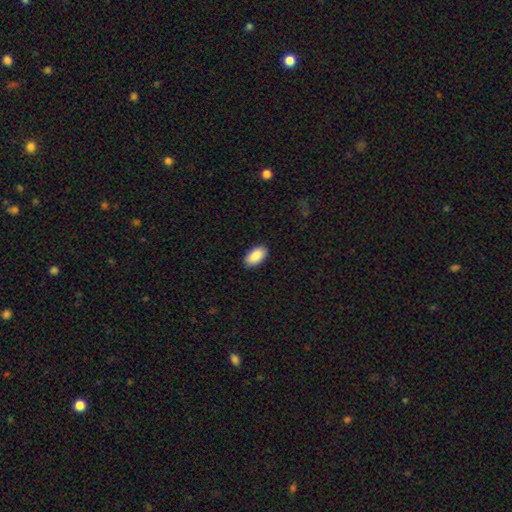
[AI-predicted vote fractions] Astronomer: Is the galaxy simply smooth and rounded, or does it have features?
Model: smooth — 91%.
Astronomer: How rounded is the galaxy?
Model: in between — 95%.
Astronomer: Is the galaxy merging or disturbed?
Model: none — 90%.